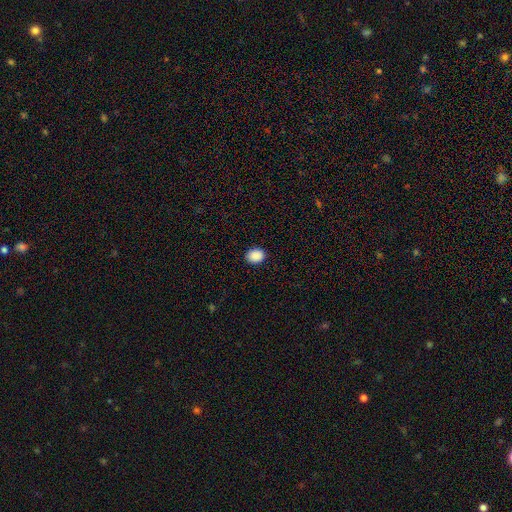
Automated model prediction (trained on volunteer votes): smooth 90%, star or artifact 8%, featured or disk 2%. Down the decision tree: how rounded — in between (50%); merging — none (91%).